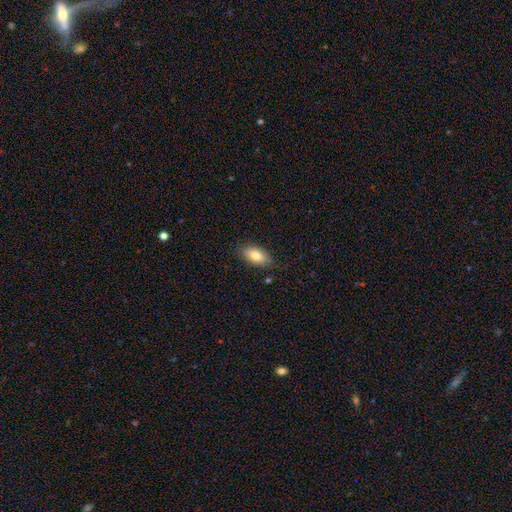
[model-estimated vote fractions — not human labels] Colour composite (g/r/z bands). It shows a smooth galaxy with no disk features (79%) that is in between round and cigar-shaped (92%). Merging: none (84%).